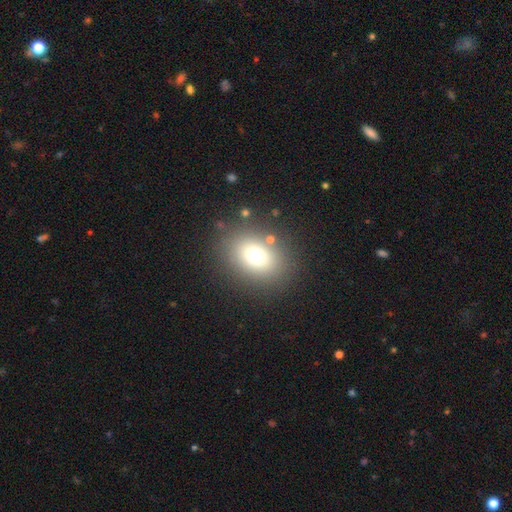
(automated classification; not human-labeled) Q: Smooth or featured?
A: smooth (72%); runner-up: star or artifact (15%)
Q: How rounded?
A: in between (55%); runner-up: round (44%)
Q: Merging?
A: none (82%); runner-up: minor disturbance (9%)